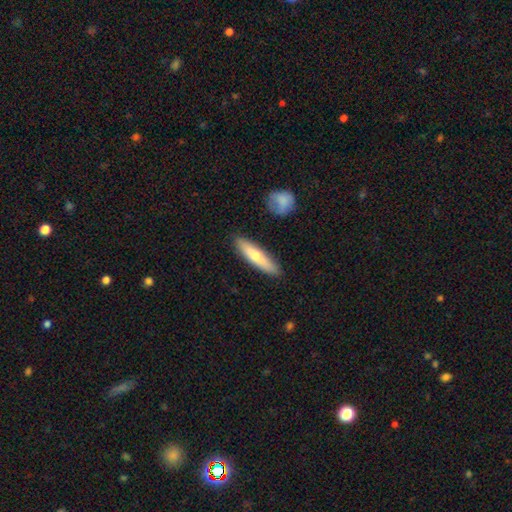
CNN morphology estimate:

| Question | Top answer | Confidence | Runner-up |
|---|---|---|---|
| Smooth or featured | smooth | 66% | featured or disk (28%) |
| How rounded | cigar-shaped | 78% | in between (20%) |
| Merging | none | 87% | minor disturbance (9%) |